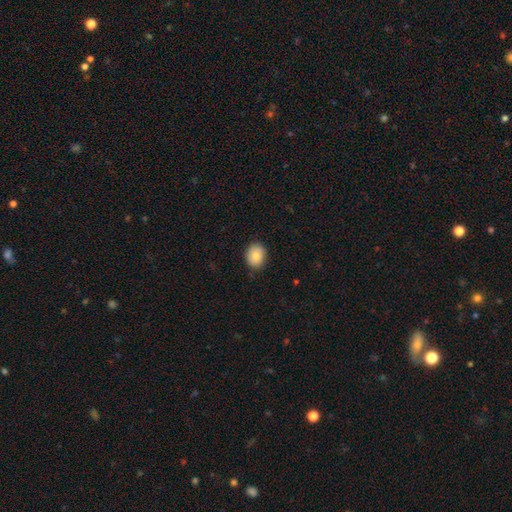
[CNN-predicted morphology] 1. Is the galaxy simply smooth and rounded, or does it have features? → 83% smooth, 9% featured or disk, 7% star or artifact.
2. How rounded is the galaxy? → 54% round, 45% in between, 1% cigar-shaped.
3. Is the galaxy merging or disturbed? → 82% none, 14% minor disturbance, 3% major disturbance, 1% merger.